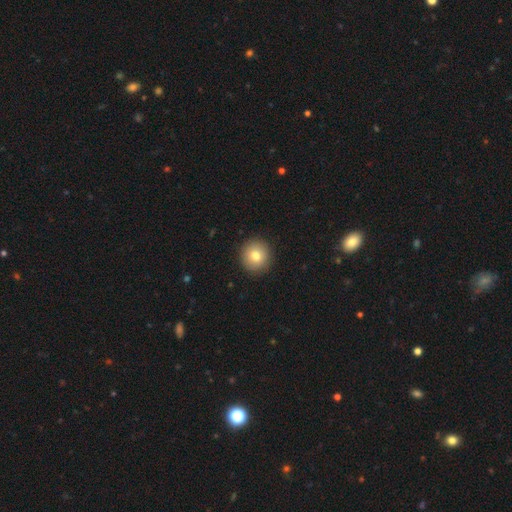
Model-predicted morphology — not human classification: Smooth or featured? smooth (80%)
How rounded? round (93%)
Merging? none (92%)